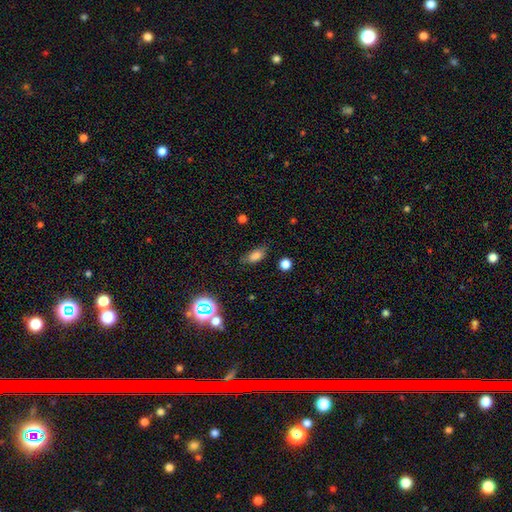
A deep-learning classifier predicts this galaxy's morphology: Smooth or featured: smooth — 79% (star or artifact — 12%)
How rounded: in between — 81% (cigar-shaped — 10%)
Merging: none — 67% (minor disturbance — 24%)